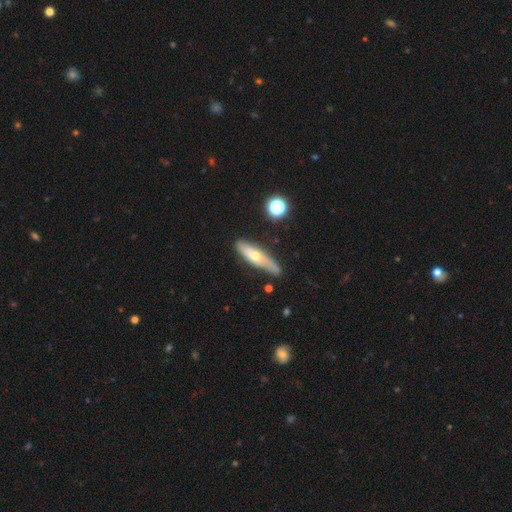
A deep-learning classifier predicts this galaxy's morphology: A smooth galaxy with no disk features (48%).

Vote fractions:
- Smooth or featured? smooth: 48% / featured or disk: 45% / star or artifact: 7%
- Merging? none: 70% / minor disturbance: 22% / major disturbance: 5% / merger: 3%